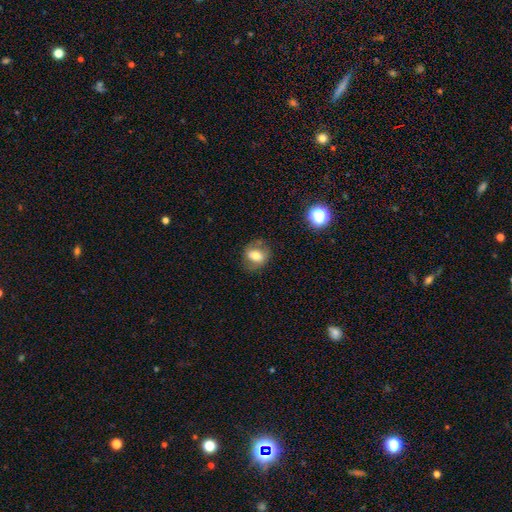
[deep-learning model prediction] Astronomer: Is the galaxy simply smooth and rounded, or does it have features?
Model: smooth — 62%.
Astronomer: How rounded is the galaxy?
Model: in between — 58% (runner-up: round, 41%).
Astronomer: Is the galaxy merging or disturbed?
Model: none — 69%.